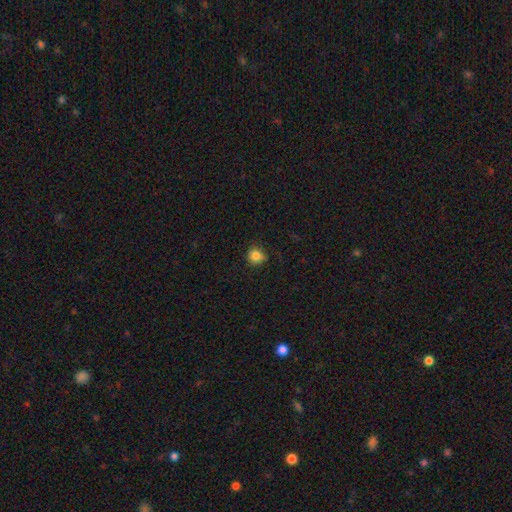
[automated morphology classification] Smooth or featured?
  - smooth: 83% *
  - star or artifact: 12%
  - featured or disk: 5%
How rounded?
  - round: 88% *
  - in between: 11%
  - cigar-shaped: 1%
Merging?
  - none: 74% *
  - minor disturbance: 20%
  - major disturbance: 4%
  - merger: 1%